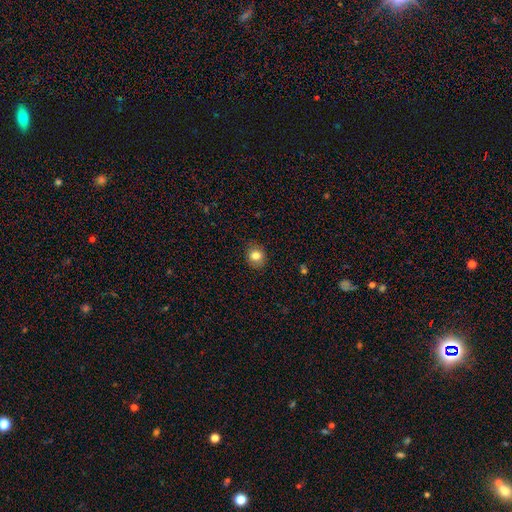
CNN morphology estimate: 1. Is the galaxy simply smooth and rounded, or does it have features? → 82% smooth, 10% star or artifact, 8% featured or disk.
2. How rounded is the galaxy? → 71% round, 28% in between, 1% cigar-shaped.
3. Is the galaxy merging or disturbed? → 85% none, 11% minor disturbance, 3% major disturbance, 1% merger.